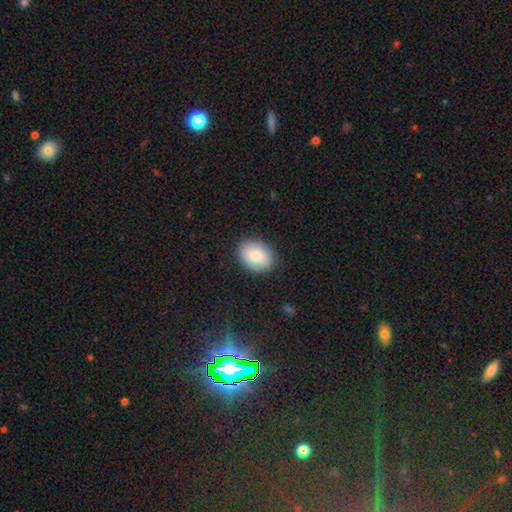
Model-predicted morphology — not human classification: This is clearly a smooth galaxy (86%). How rounded: likely in between (74%). Merging: clearly none (86%).